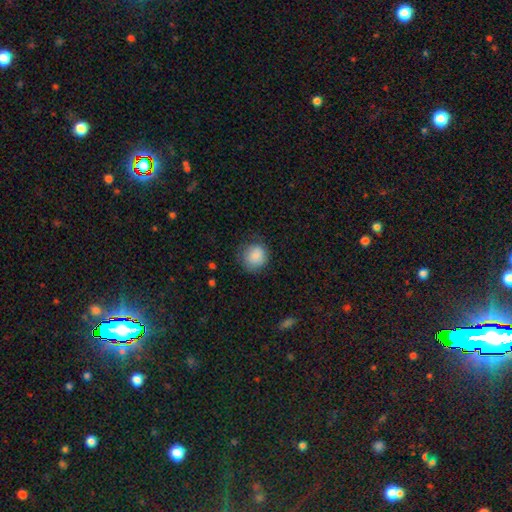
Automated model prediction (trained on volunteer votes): A smooth galaxy with no disk features (86%) that is round (86%). Merging: none (71%).